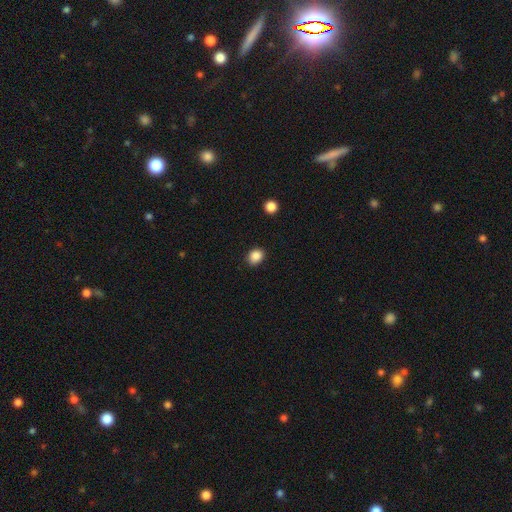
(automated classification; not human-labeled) This appears to be a smooth galaxy with no disk features (87%) that is round (54%). Merging: none (86%).